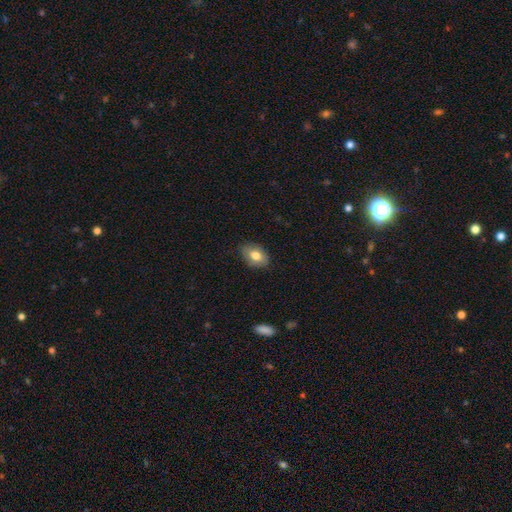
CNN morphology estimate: Smooth or featured? Predicted: smooth (p=0.77). How rounded? Predicted: in between (p=0.85). Merging? Predicted: none (p=0.80).